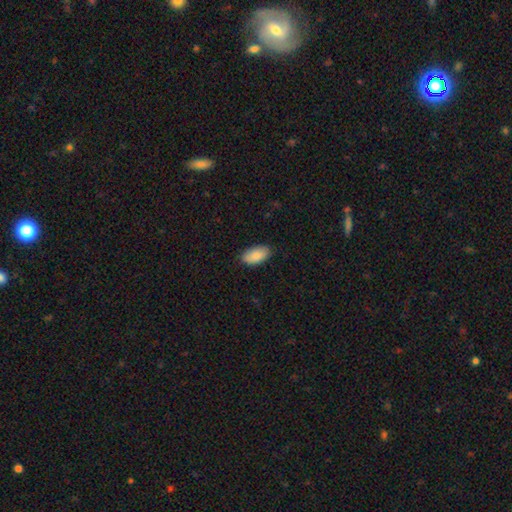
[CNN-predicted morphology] Smooth or featured: smooth — 88% (star or artifact — 6%)
How rounded: in between — 95% (round — 3%)
Merging: none — 86% (minor disturbance — 11%)